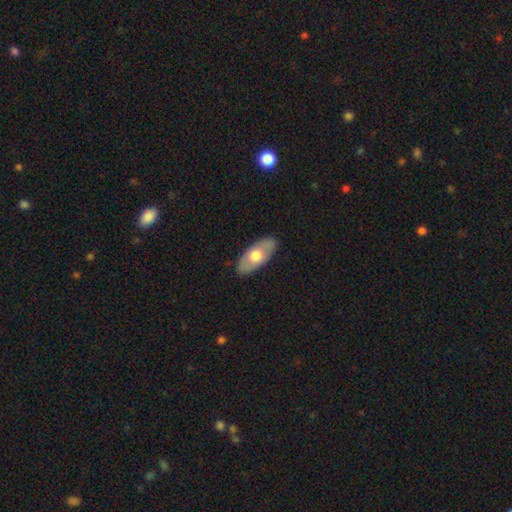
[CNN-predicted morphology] This is possibly a smooth galaxy (57%). How rounded: clearly in between (87%). Merging: clearly none (87%).